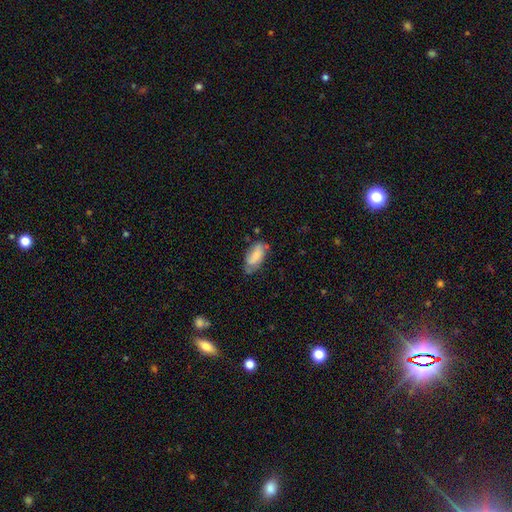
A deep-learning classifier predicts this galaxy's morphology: Smooth or featured? Predicted: smooth (p=0.70). How rounded? Predicted: in between (p=0.89). Merging? Predicted: none (p=0.54).